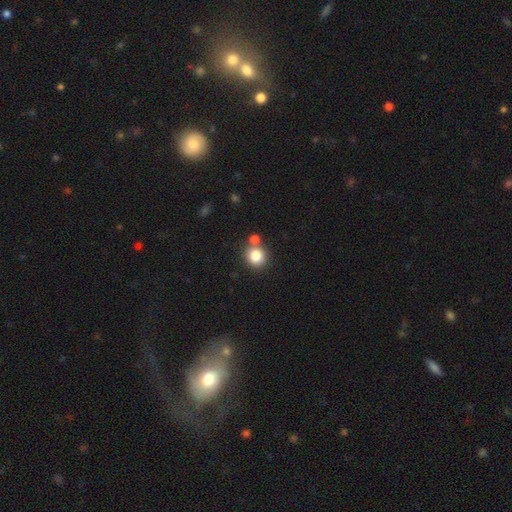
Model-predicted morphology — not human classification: smooth_or_featured: smooth (p=0.83) [alt: star or artifact p=0.11]
how_rounded: round (p=0.88) [alt: in between p=0.11]
merging: none (p=0.65) [alt: merger p=0.23]